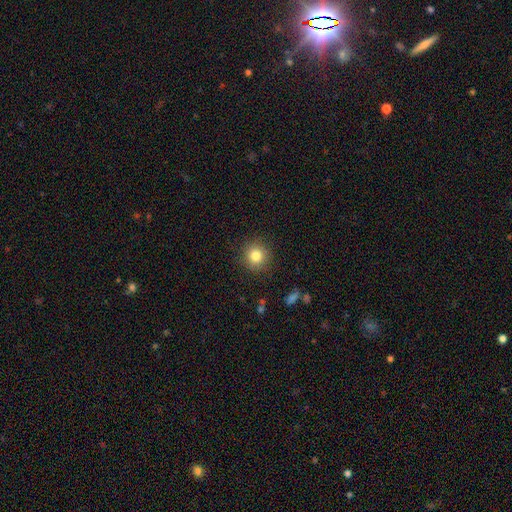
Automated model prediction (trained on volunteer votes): smooth 82%, star or artifact 11%, featured or disk 7%. Down the decision tree: how rounded — round (93%); merging — none (90%).